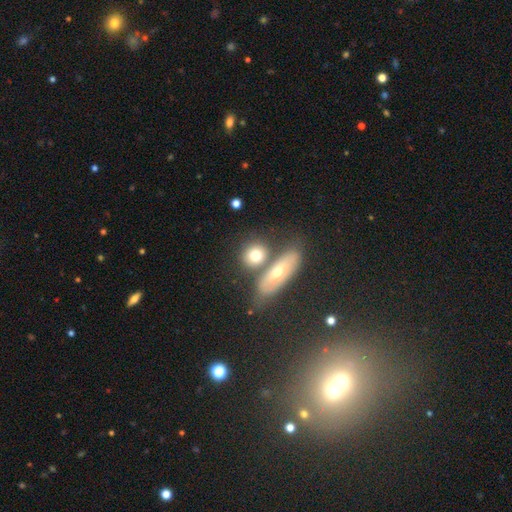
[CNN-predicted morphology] smooth-or-featured: smooth: 69% | featured or disk: 23% | star or artifact: 8%
  how-rounded: round: 58% | in between: 35% | cigar-shaped: 7%
  merging: none: 53% | merger: 31% | minor disturbance: 11% | major disturbance: 5%